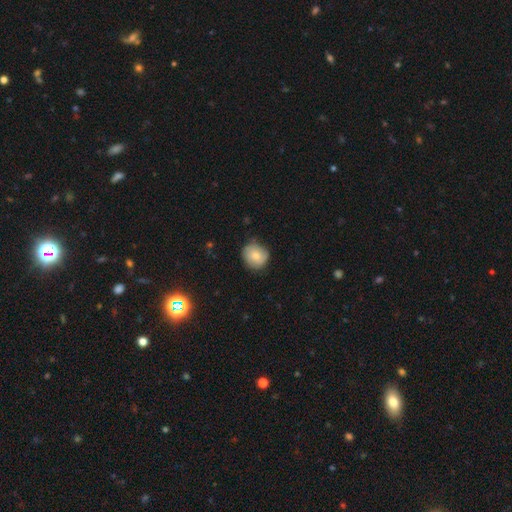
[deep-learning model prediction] Smooth or featured: smooth — 71% (featured or disk — 20%)
How rounded: round — 82% (in between — 17%)
Merging: none — 72% (minor disturbance — 23%)